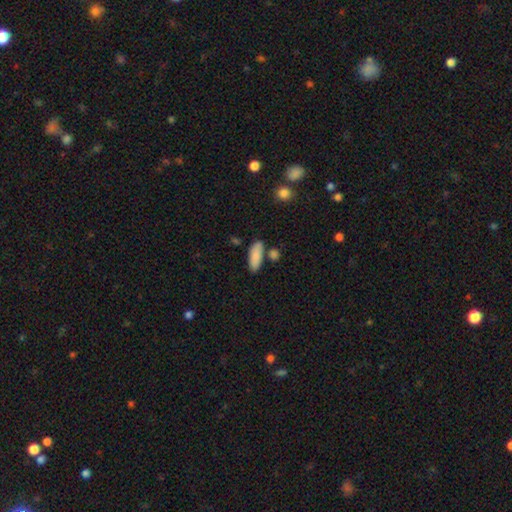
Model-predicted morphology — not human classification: smooth 86%, featured or disk 8%, star or artifact 6%. Down the decision tree: how rounded — in between (72%); merging — none (72%).